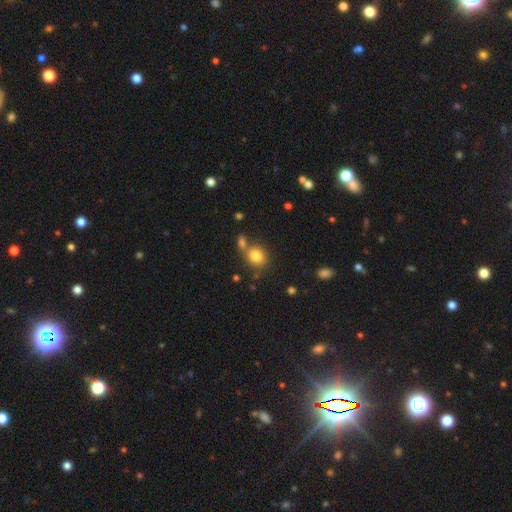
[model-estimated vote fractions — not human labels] Smooth or featured?
  - smooth: 81% *
  - star or artifact: 11%
  - featured or disk: 8%
How rounded?
  - round: 67% *
  - in between: 32%
  - cigar-shaped: 1%
Merging?
  - none: 62% *
  - merger: 23%
  - minor disturbance: 11%
  - major disturbance: 4%